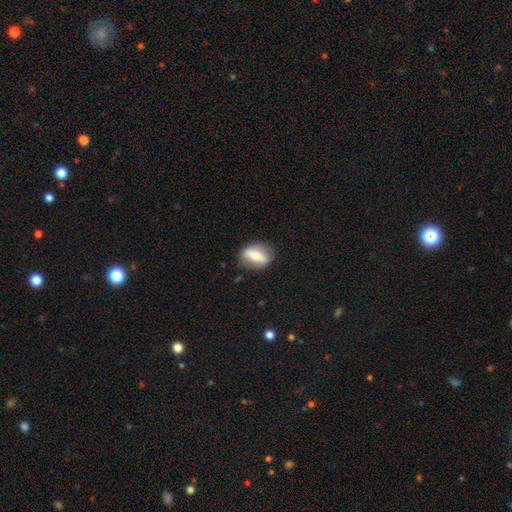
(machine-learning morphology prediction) Smooth or featured? smooth (57%)
How rounded? in between (72%)
Merging? none (80%)